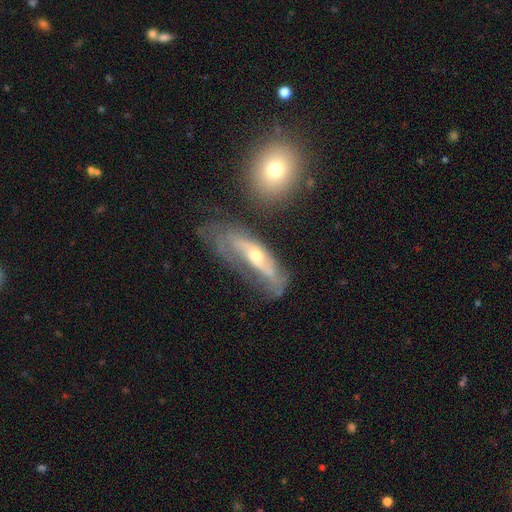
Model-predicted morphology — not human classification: This is likely a featured or disk galaxy (70%). It is likely not viewed edge-on (72%). Merging: marginally none (43%).